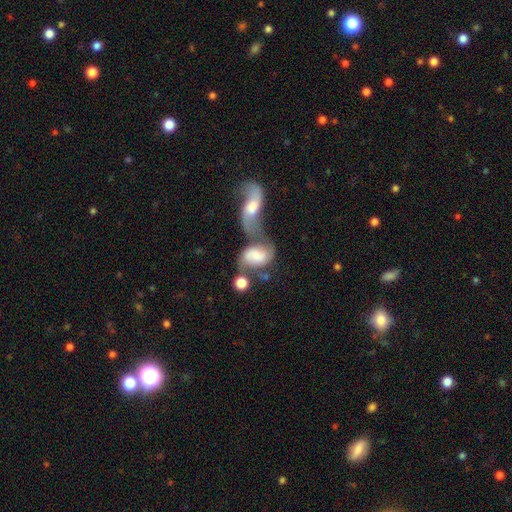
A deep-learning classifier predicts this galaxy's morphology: smooth 47%, featured or disk 44%, star or artifact 9%. Down the decision tree: merging — merger (58%).